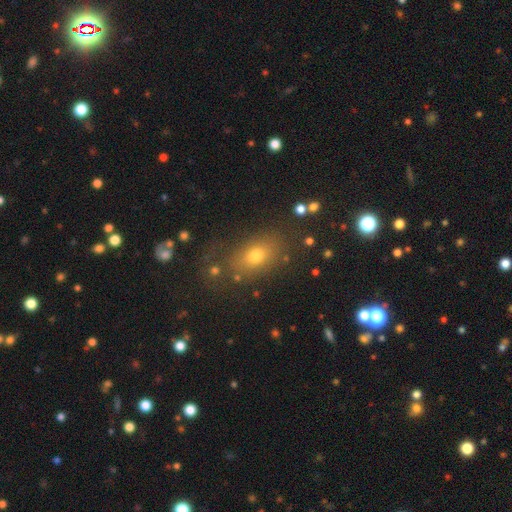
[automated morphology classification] Overall: smooth (71%). How rounded: in between (75%). Merging: none (74%).